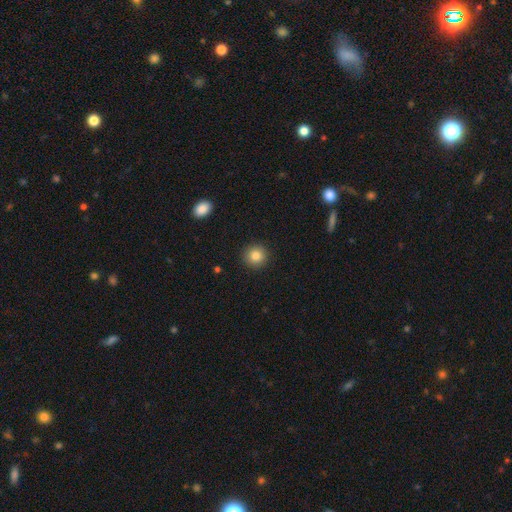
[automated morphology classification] Q: Smooth or featured?
A: smooth (83%); runner-up: star or artifact (10%)
Q: How rounded?
A: round (93%); runner-up: in between (6%)
Q: Merging?
A: none (92%); runner-up: minor disturbance (6%)